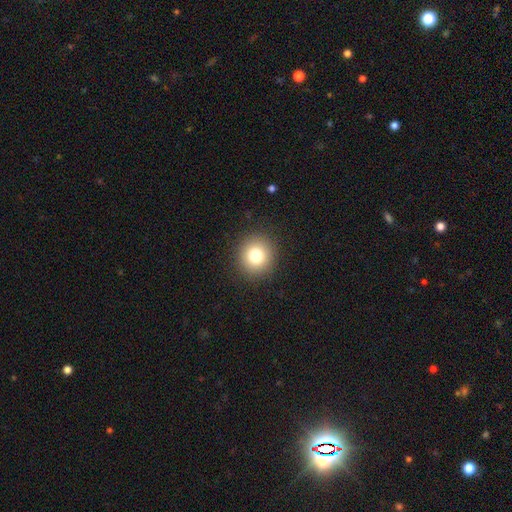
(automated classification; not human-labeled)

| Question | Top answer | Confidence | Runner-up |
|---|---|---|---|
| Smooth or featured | smooth | 78% | star or artifact (12%) |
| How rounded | round | 90% | in between (9%) |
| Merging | none | 91% | minor disturbance (6%) |